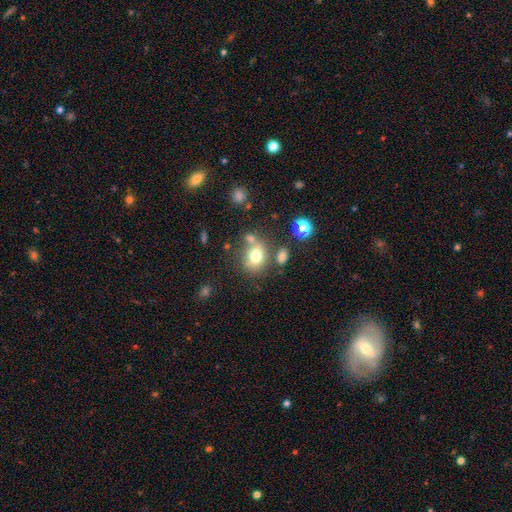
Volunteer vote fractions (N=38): Smooth or featured?
  - smooth: 84% *
  - featured or disk: 11%
  - star or artifact: 5%
How rounded?
  - round: 66% *
  - in between: 34%
  - cigar-shaped: 0%
Merging?
  - none: 58% *
  - merger: 22%
  - major disturbance: 11%
  - minor disturbance: 8%